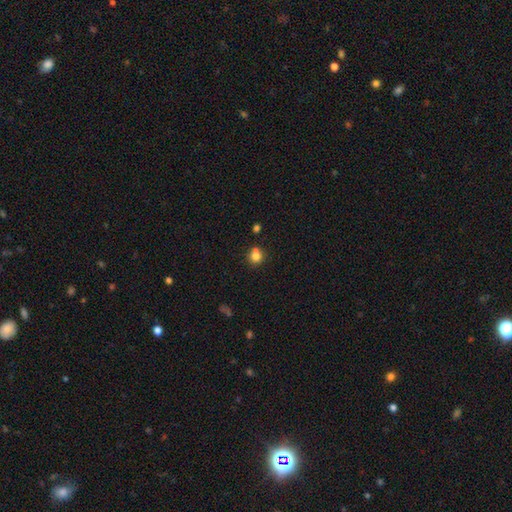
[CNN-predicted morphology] smooth 80%, star or artifact 12%, featured or disk 8%. Down the decision tree: how rounded — round (80%); merging — none (61%).